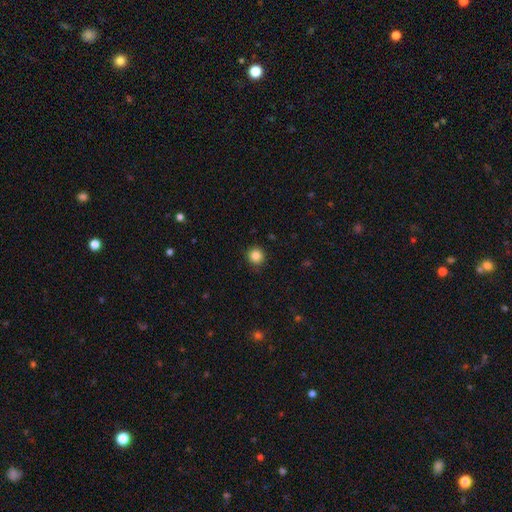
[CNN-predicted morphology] Smooth or featured? Predicted: smooth (p=0.85). How rounded? Predicted: round (p=0.94). Merging? Predicted: none (p=0.91).